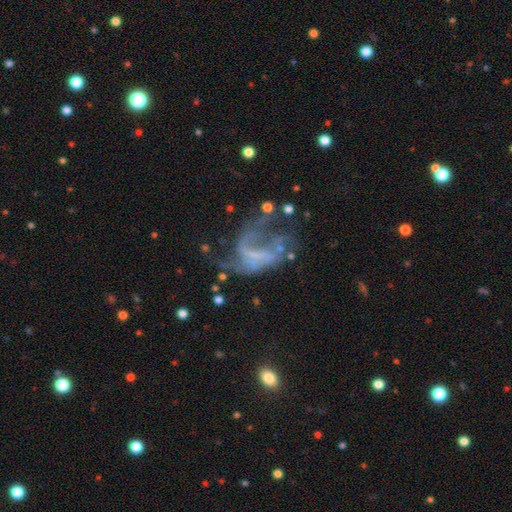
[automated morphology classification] Smooth or featured?
  - featured or disk: 69% *
  - smooth: 16%
  - star or artifact: 15%
Edge-on disk?
  - no: 97% *
  - yes: 3%
Bar?
  - no: 51% *
  - weak: 31%
  - strong: 18%
Spiral arms?
  - yes: 55% *
  - no: 45%
Bulge size?
  - none: 68% *
  - small: 20%
  - moderate: 9%
  - large: 2%
  - dominant: 1%
Merging?
  - major disturbance: 49% *
  - none: 26%
  - minor disturbance: 15%
  - merger: 10%